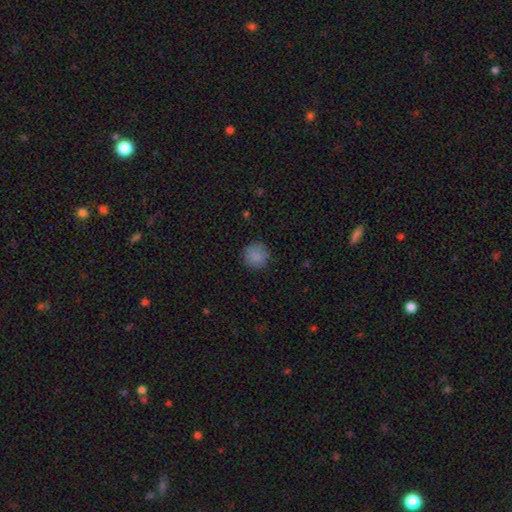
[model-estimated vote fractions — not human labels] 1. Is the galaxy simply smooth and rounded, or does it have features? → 86% smooth, 9% star or artifact, 5% featured or disk.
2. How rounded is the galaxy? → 94% round, 5% in between, 1% cigar-shaped.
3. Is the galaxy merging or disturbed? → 87% none, 9% minor disturbance, 3% major disturbance, 1% merger.